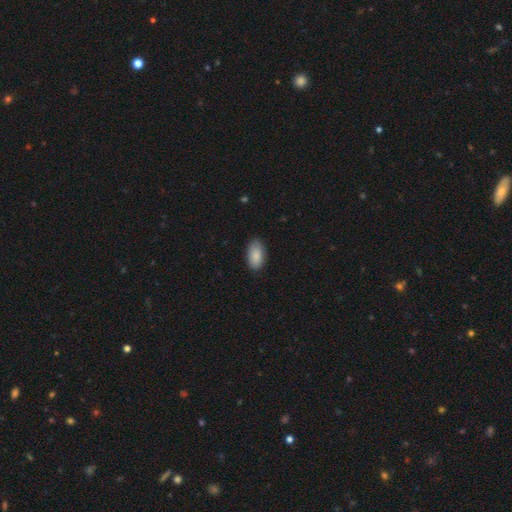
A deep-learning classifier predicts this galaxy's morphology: This appears to be a smooth galaxy with no disk features (88%) that is in between round and cigar-shaped (94%). Merging: none (84%).